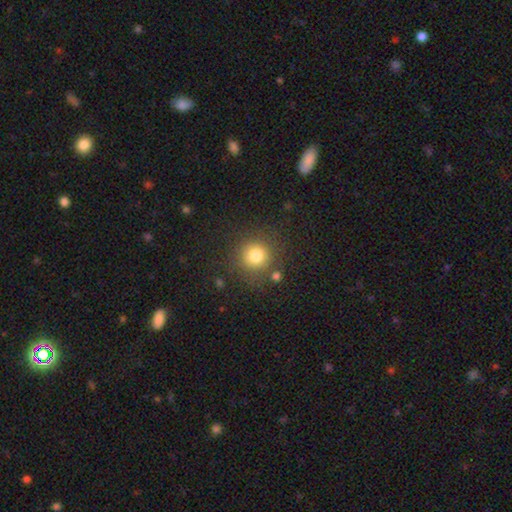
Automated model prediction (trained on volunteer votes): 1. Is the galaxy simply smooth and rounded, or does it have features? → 79% smooth, 14% star or artifact, 7% featured or disk.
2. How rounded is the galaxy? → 92% round, 7% in between, 1% cigar-shaped.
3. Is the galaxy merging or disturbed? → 82% none, 9% minor disturbance, 5% merger, 4% major disturbance.